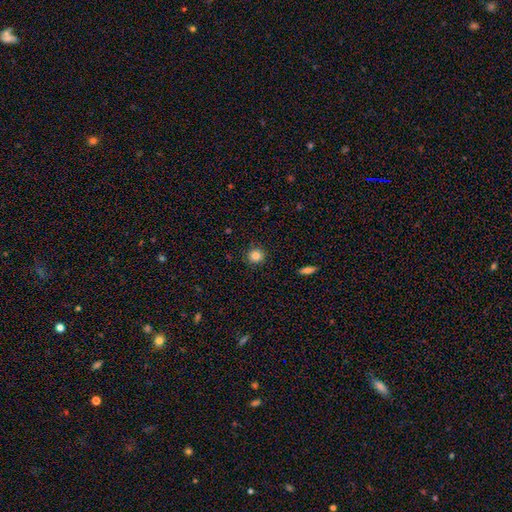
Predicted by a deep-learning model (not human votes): Morphology: type=smooth (84%); roundness=round (90%); merging=none (89%).